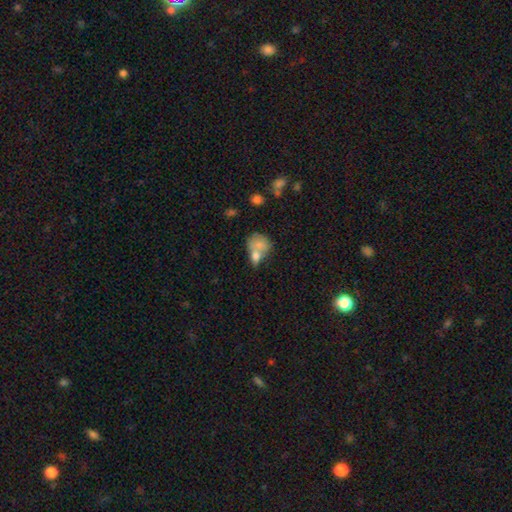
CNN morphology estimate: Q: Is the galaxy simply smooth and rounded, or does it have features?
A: smooth — 72%.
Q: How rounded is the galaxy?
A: in between — 58%.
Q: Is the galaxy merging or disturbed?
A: merger — 62%.